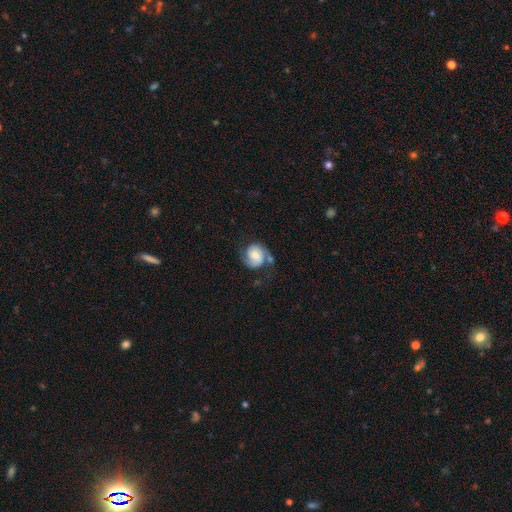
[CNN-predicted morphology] Overall: featured or disk (51%; smooth 41%). Edge-on disk: no (98%). Merging: none (51%; minor disturbance 24%).